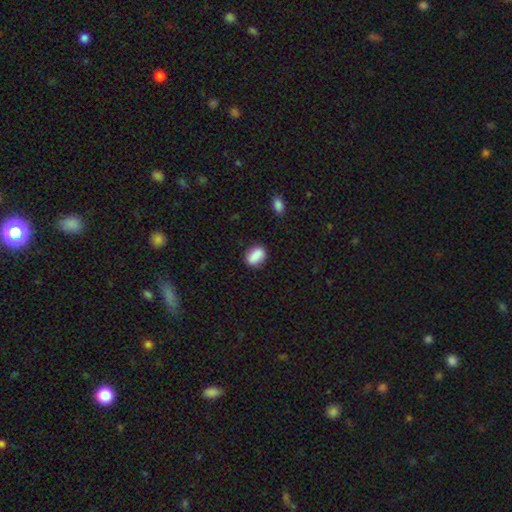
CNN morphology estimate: type=smooth (86%); roundness=in between (79%); merging=none (84%).